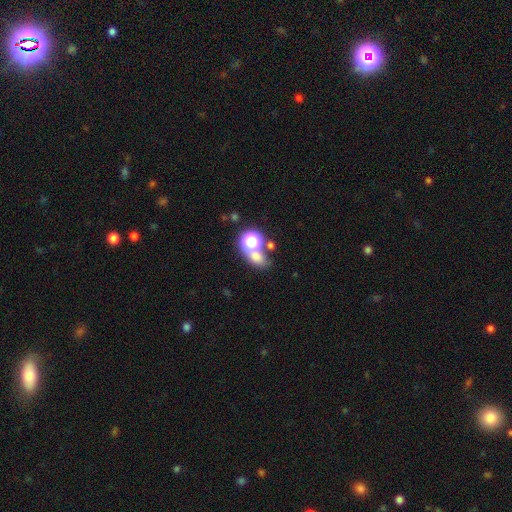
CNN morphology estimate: Smooth or featured: smooth — 61% (star or artifact — 27%)
How rounded: round — 50% (in between — 48%)
Merging: none — 46% (merger — 36%)